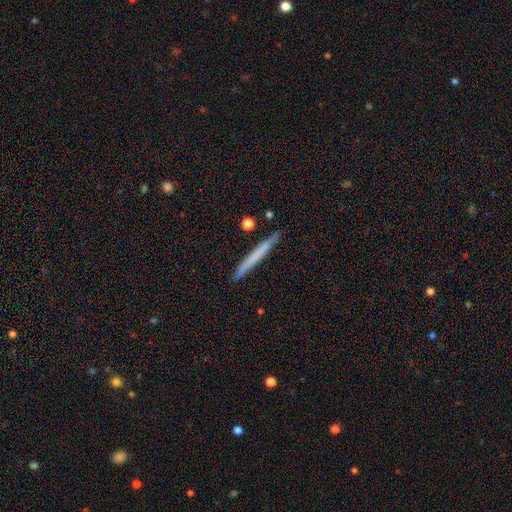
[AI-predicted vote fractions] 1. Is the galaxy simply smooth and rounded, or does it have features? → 62% smooth, 32% featured or disk, 6% star or artifact.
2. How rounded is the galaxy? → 97% cigar-shaped, 2% in between, 1% round.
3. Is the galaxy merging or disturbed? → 88% none, 8% minor disturbance, 2% merger, 1% major disturbance.